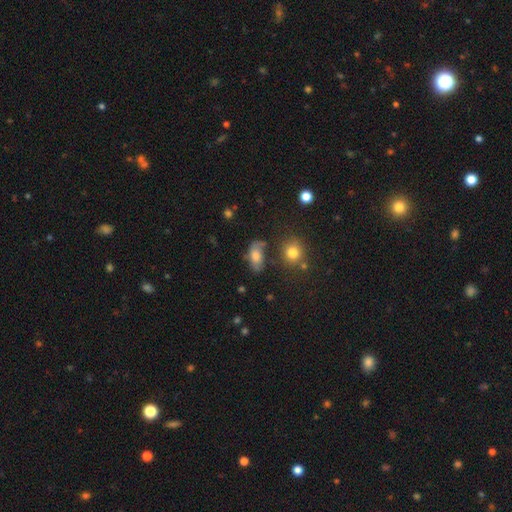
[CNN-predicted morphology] Smooth or featured: smooth — 66% (featured or disk — 22%)
How rounded: in between — 84% (round — 8%)
Merging: none — 48% (minor disturbance — 27%)